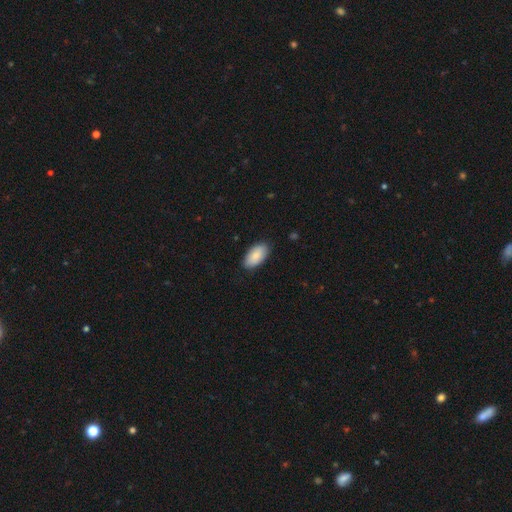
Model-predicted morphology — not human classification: The model was most divided on "merging": none: 86%, minor disturbance: 11%, major disturbance: 2%, merger: 1%. More confident: how rounded — in between (95%); smooth or featured — smooth (87%).